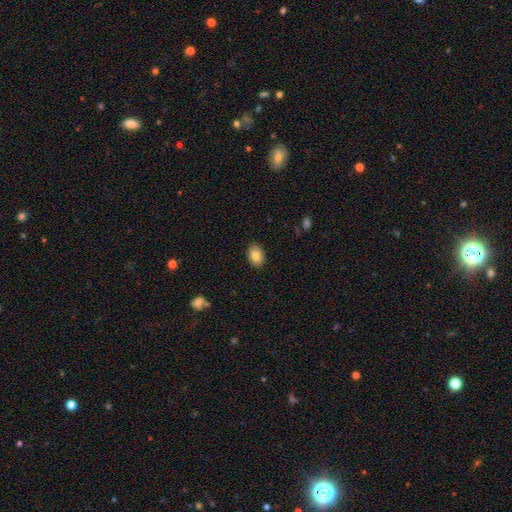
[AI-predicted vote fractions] Smooth or featured? smooth (84%)
How rounded? in between (83%)
Merging? none (89%)